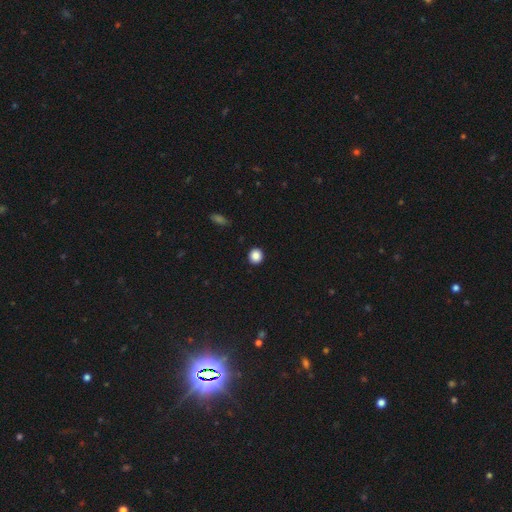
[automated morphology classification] Q: Smooth or featured?
A: smooth (88%); runner-up: star or artifact (10%)
Q: How rounded?
A: round (90%); runner-up: in between (9%)
Q: Merging?
A: none (92%); runner-up: minor disturbance (5%)